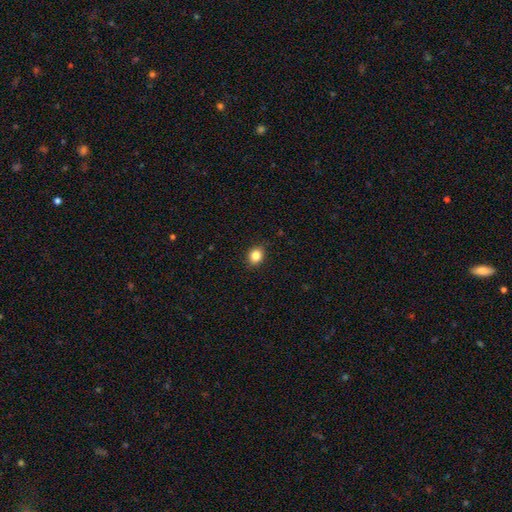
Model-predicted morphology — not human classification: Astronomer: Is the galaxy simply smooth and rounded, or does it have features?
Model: smooth — 85%.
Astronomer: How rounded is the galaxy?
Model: round — 59% (runner-up: in between, 40%).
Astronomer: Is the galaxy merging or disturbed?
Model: none — 88%.